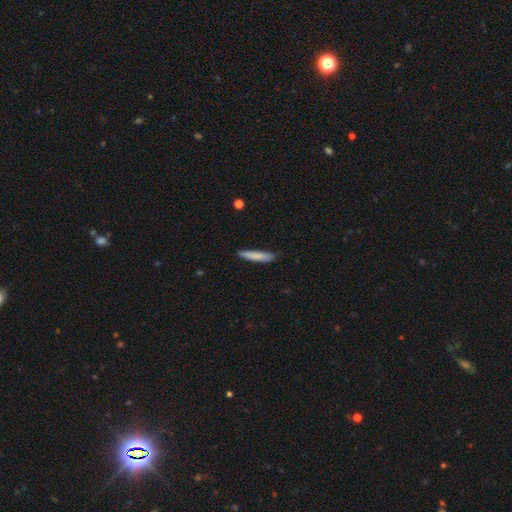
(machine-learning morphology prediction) Smooth or featured: smooth — 82% (featured or disk — 12%)
How rounded: cigar-shaped — 90% (in between — 9%)
Merging: none — 82% (minor disturbance — 14%)